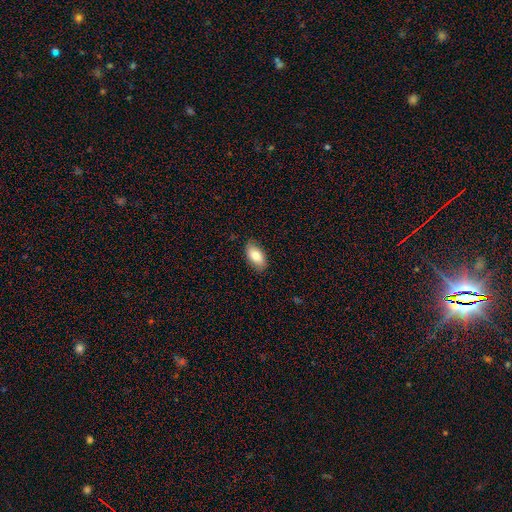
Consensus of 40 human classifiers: Overall: smooth (88%). How rounded: in between (91%). Merging: none (84%).